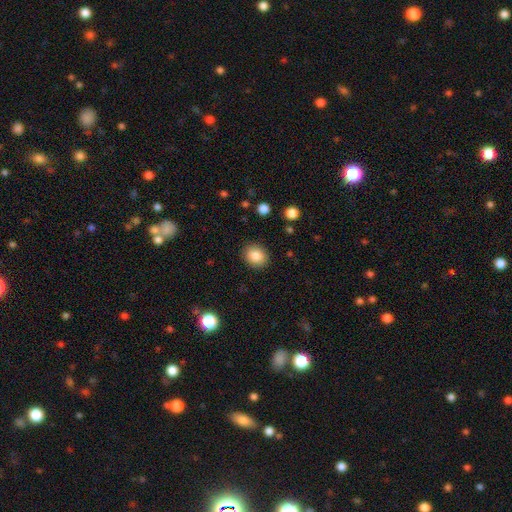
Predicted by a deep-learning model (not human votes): Smooth or featured?
  - smooth: 85% *
  - star or artifact: 9%
  - featured or disk: 6%
How rounded?
  - round: 59% *
  - in between: 40%
  - cigar-shaped: 1%
Merging?
  - none: 89% *
  - minor disturbance: 8%
  - major disturbance: 2%
  - merger: 1%